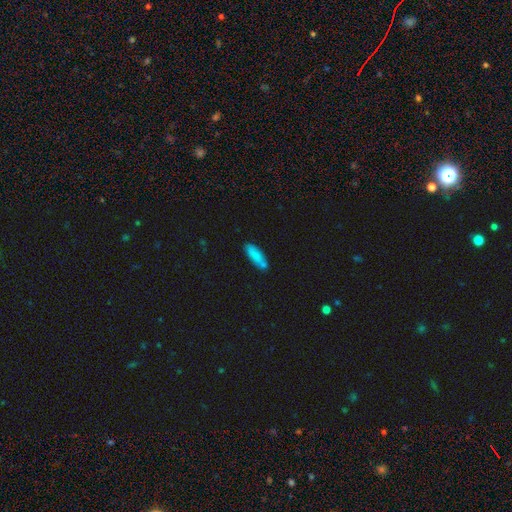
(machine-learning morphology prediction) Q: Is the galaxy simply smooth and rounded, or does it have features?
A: smooth — 81%.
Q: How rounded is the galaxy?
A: in between — 51%.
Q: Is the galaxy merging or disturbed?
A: none — 69%.